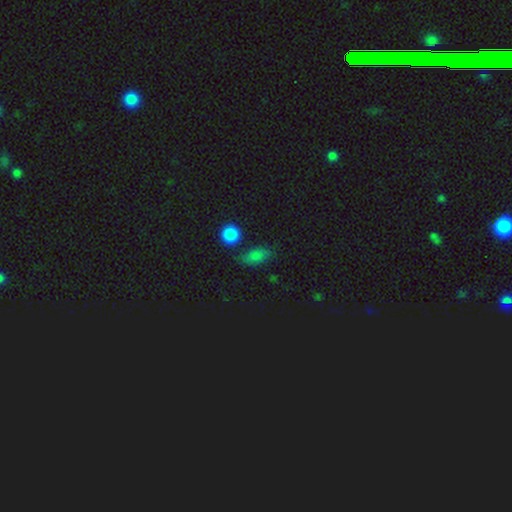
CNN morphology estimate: Smooth or featured? smooth (76%)
How rounded? in between (79%)
Merging? none (68%)